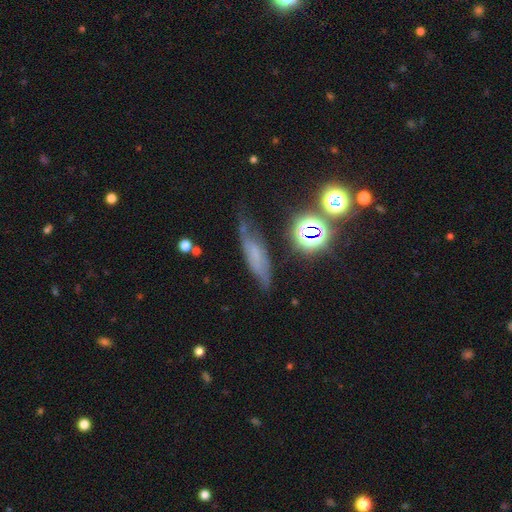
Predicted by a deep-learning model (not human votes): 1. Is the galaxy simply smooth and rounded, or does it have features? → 43% featured or disk, 37% smooth, 20% star or artifact.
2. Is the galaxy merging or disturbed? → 57% none, 27% minor disturbance, 12% major disturbance, 4% merger.